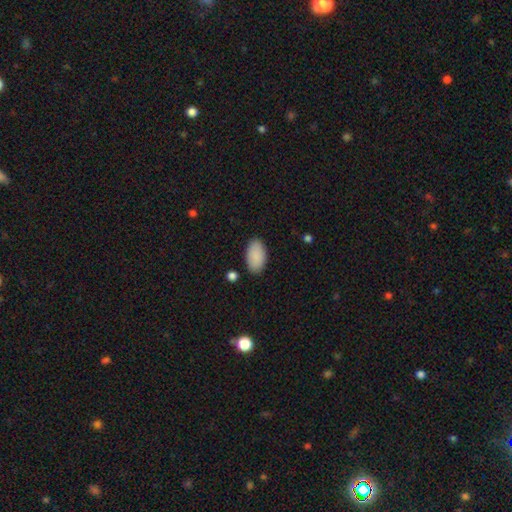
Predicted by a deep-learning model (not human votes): Smooth or featured: smooth — 90% (star or artifact — 6%)
How rounded: in between — 95% (round — 3%)
Merging: none — 86% (minor disturbance — 10%)